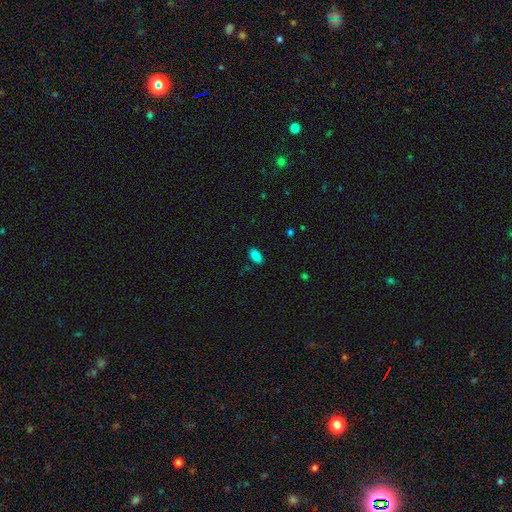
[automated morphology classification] Smooth or featured? smooth (86%)
How rounded? in between (92%)
Merging? none (86%)